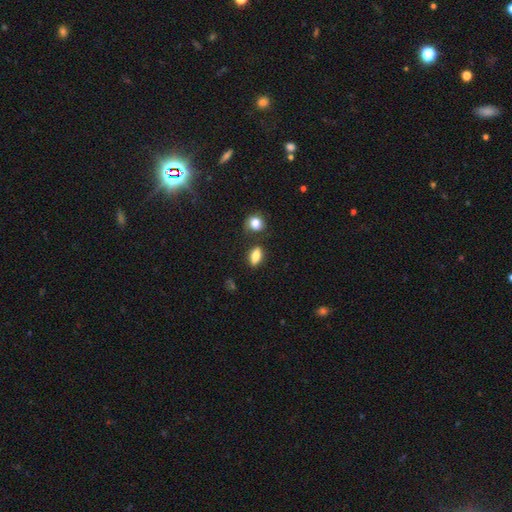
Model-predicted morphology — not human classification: The model was most divided on "how rounded": in between: 77%, cigar-shaped: 14%, round: 9%. More confident: merging — none (79%); smooth or featured — smooth (78%).